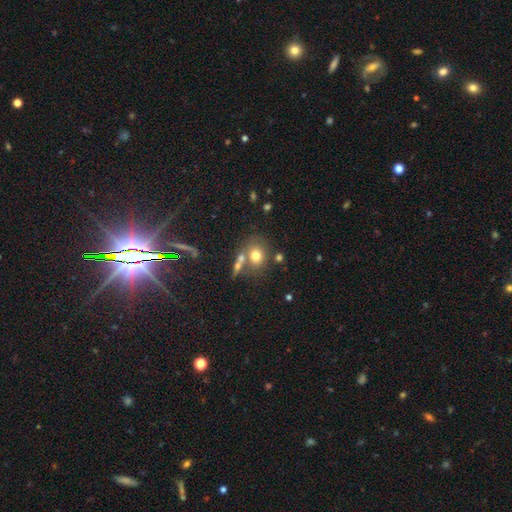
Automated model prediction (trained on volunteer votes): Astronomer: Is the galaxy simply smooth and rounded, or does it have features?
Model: smooth — 70%.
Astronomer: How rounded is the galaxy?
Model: round — 70%.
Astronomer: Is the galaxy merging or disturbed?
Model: none — 54%.